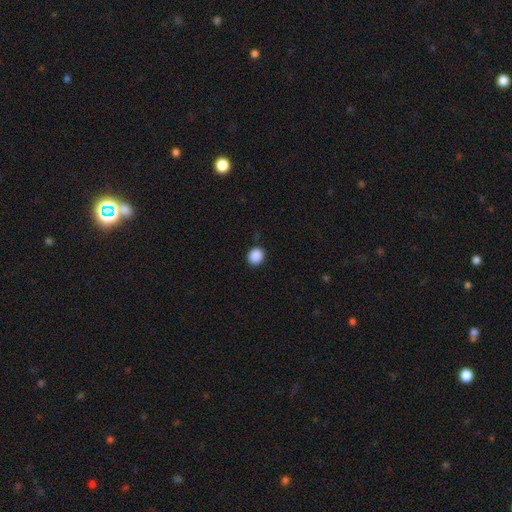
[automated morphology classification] Overall: smooth (89%). How rounded: round (79%). Merging: none (88%).